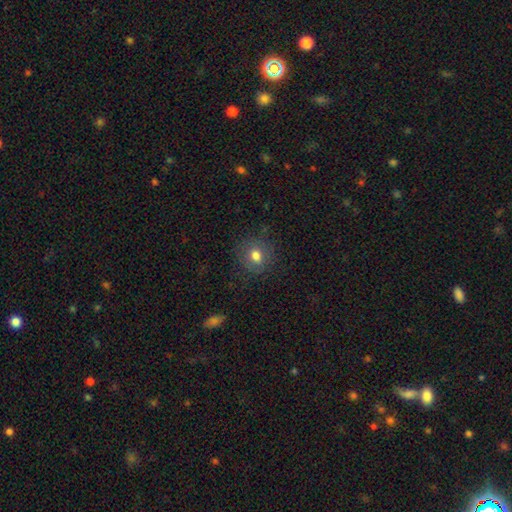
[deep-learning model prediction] This is likely a smooth galaxy (76%). How rounded: likely round (74%). Merging: clearly none (80%).